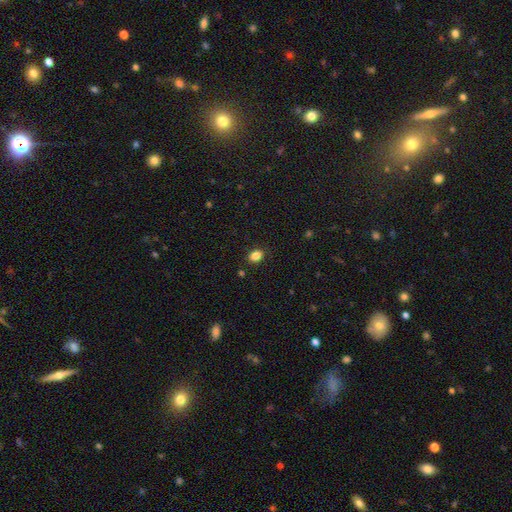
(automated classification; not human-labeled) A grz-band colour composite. It shows a smooth galaxy with no disk features (85%) that is in between round and cigar-shaped (63%). Merging: none (86%).